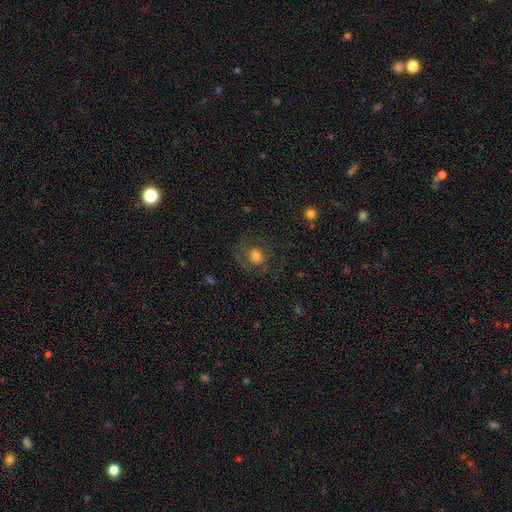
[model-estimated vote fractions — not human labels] smooth_or_featured: smooth (p=0.61) [alt: featured or disk p=0.26]
how_rounded: round (p=0.68) [alt: in between p=0.31]
merging: none (p=0.63) [alt: major disturbance p=0.19]